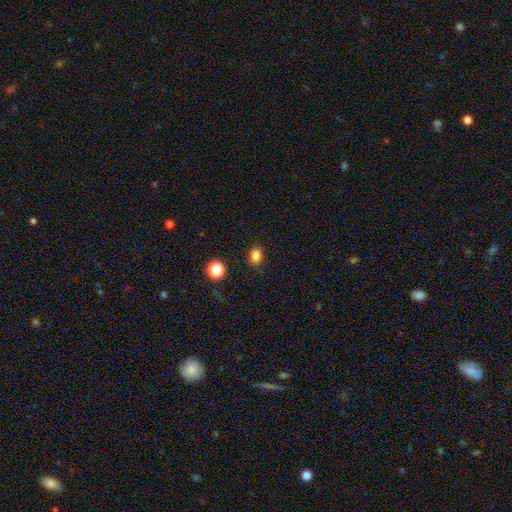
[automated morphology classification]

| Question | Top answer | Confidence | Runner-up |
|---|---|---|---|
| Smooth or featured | smooth | 83% | star or artifact (12%) |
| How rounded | in between | 70% | round (28%) |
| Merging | none | 88% | minor disturbance (9%) |